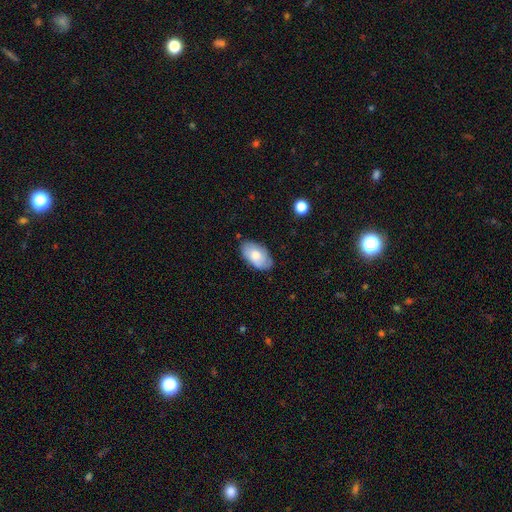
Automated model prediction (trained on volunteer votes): Overall: smooth (66%; featured or disk 28%). How rounded: in between (95%). Merging: none (76%).